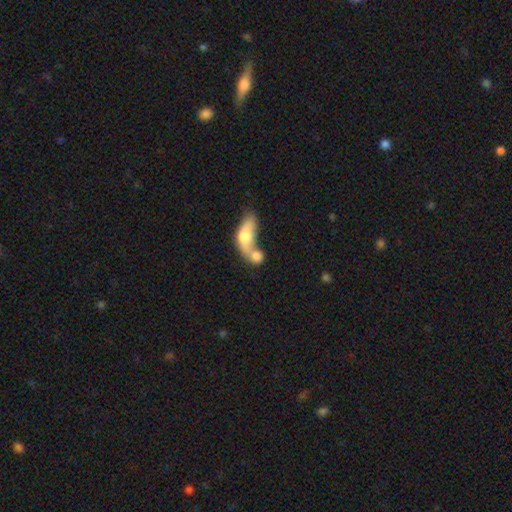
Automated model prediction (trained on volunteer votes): This is likely a smooth galaxy (70%). How rounded: likely in between (66%). Merging: likely merger (75%).